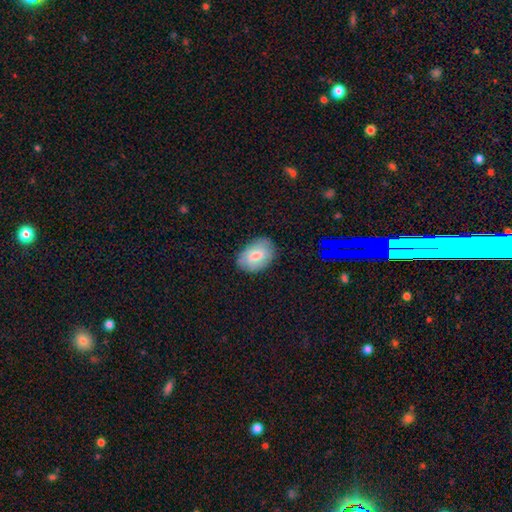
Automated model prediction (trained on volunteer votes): This is likely a smooth galaxy (74%). How rounded: clearly in between (87%). Merging: likely none (79%).